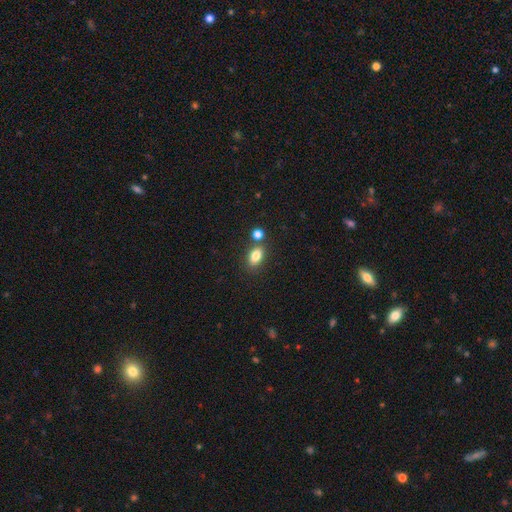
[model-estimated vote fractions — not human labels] A smooth galaxy with no disk features (82%) that is in between round and cigar-shaped (84%).

Vote fractions:
- Smooth or featured? smooth: 82% / star or artifact: 10% / featured or disk: 9%
- How rounded? in between: 84% / round: 13% / cigar-shaped: 3%
- Merging? none: 68% / merger: 18% / minor disturbance: 11% / major disturbance: 3%